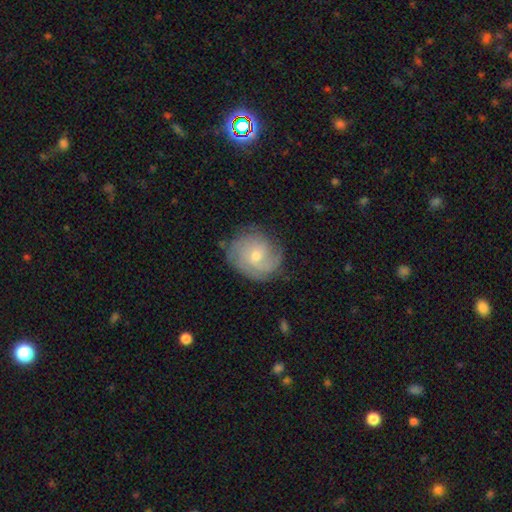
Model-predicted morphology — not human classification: A featured or disk galaxy (70%) with no bar (72%), tight (61%) spiral arms (91%) and a small central bulge (51%).

Vote fractions:
- Smooth or featured? featured or disk: 70% / smooth: 23% / star or artifact: 7%
- Edge-on disk? no: 97% / yes: 3%
- Bar? no: 72% / weak: 25% / strong: 3%
- Spiral arms? yes: 91% / no: 9%
- Spiral winding? tight: 61% / medium: 29% / loose: 10%
- Spiral arm count? can't tell: 38% / 3: 22% / 2: 20% / 4: 9% / 1: 7% / more than 4: 5%
- Bulge size? small: 51% / moderate: 45% / large: 1% / none: 1% / dominant: 1%
- Merging? none: 77% / minor disturbance: 17% / major disturbance: 5% / merger: 1%